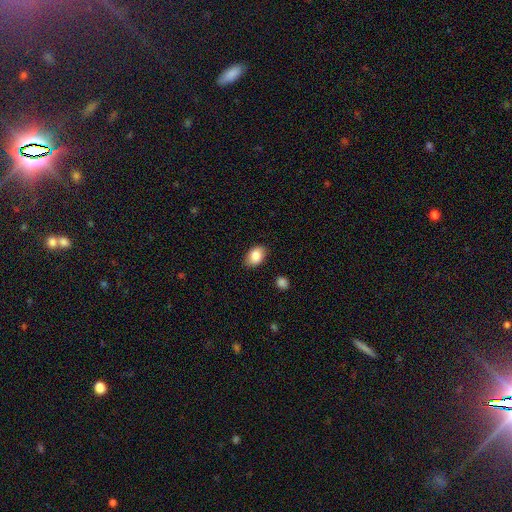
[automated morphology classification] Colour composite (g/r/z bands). It shows a smooth galaxy with no disk features (86%) that is in between round and cigar-shaped (82%). Merging: none (85%).